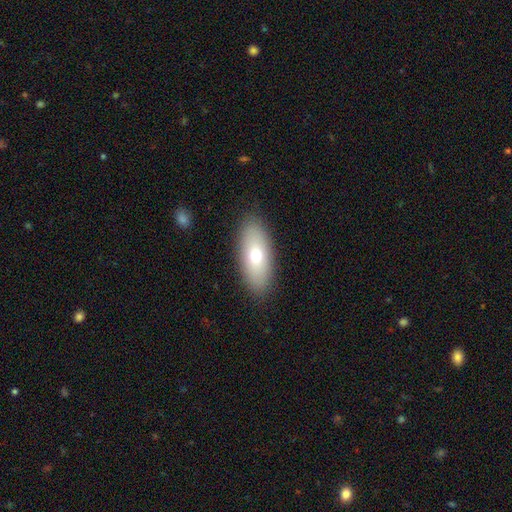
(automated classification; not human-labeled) smooth 67%, featured or disk 25%, star or artifact 7%. Down the decision tree: how rounded — in between (82%); merging — none (89%).